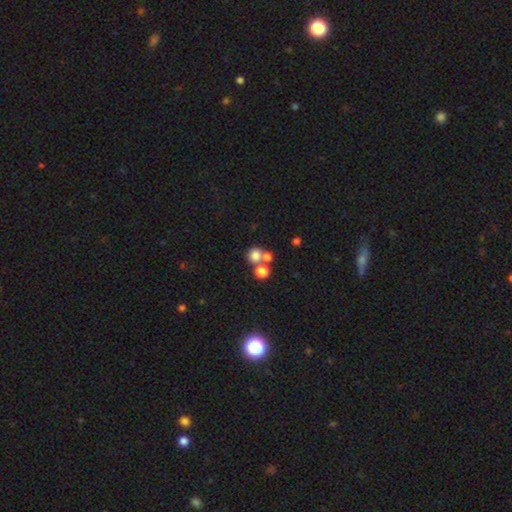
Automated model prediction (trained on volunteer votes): Smooth or featured? smooth (75%)
How rounded? round (83%)
Merging? none (47%)